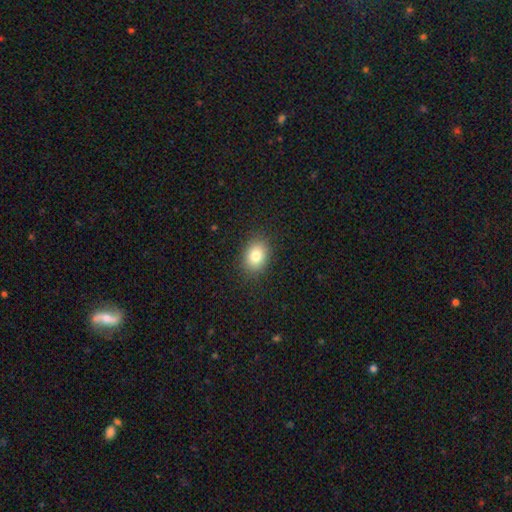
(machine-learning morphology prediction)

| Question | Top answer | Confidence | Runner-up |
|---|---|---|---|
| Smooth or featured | smooth | 82% | star or artifact (10%) |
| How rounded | in between | 62% | round (37%) |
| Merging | none | 88% | minor disturbance (9%) |